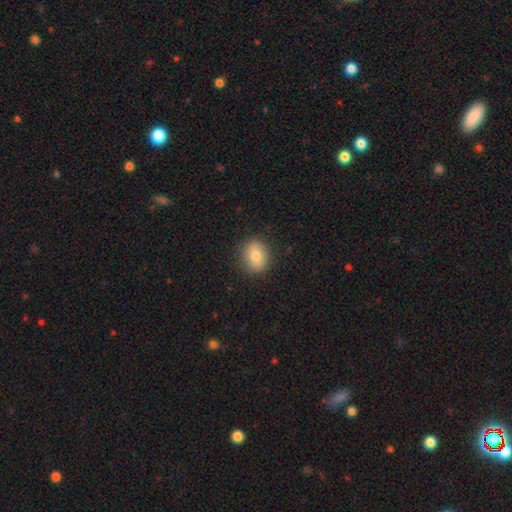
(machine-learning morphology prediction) Smooth or featured?
  - smooth: 80% *
  - featured or disk: 11%
  - star or artifact: 9%
How rounded?
  - round: 64% *
  - in between: 35%
  - cigar-shaped: 1%
Merging?
  - none: 88% *
  - minor disturbance: 9%
  - major disturbance: 2%
  - merger: 1%